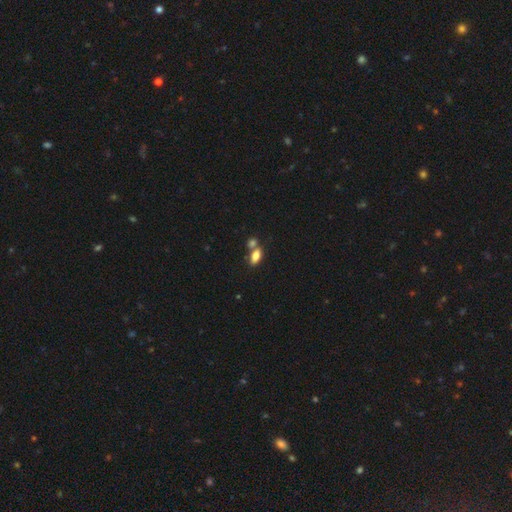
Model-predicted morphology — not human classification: smooth-or-featured: smooth: 81% | featured or disk: 11% | star or artifact: 9%
  how-rounded: in between: 89% | round: 6% | cigar-shaped: 6%
  merging: none: 49% | merger: 36% | minor disturbance: 11% | major disturbance: 4%